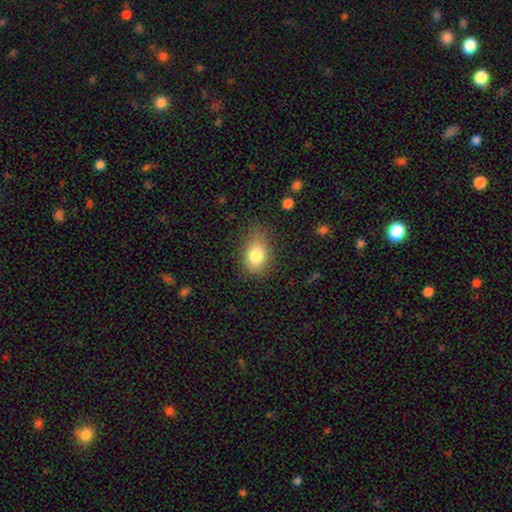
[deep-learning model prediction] Overall: smooth (80%). How rounded: in between (77%). Merging: none (68%).